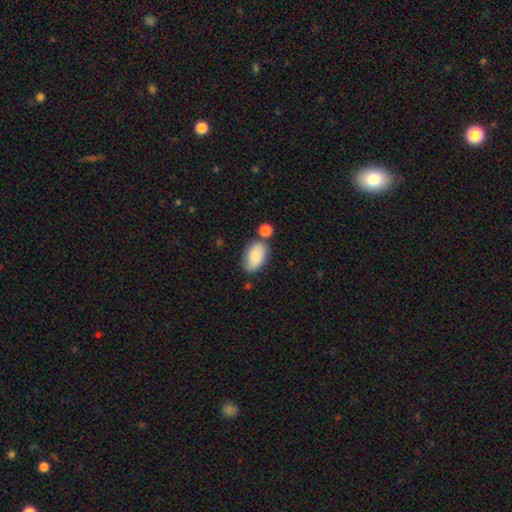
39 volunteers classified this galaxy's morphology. Volunteers were most divided on "merging": none: 58%, minor disturbance: 19%, merger: 14%, major disturbance: 8%. More confident: how rounded — in between (91%); smooth or featured — smooth (82%).